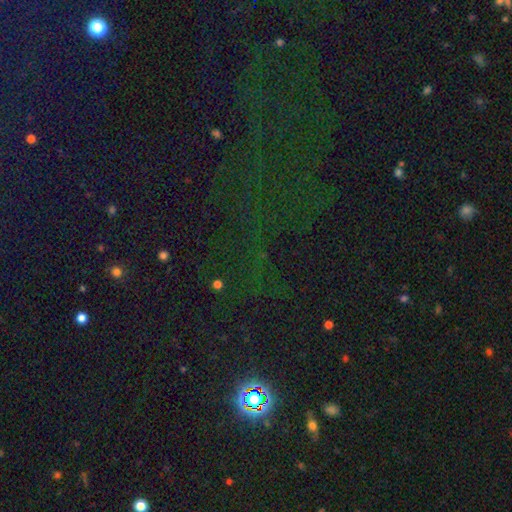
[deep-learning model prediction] This appears to be a star or artifact, not a galaxy (78%).